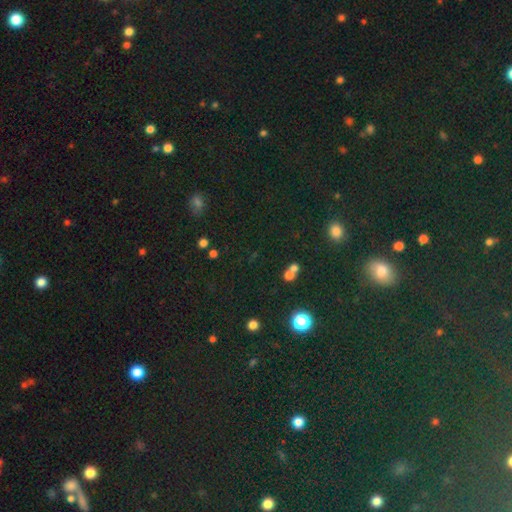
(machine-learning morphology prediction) smooth_or_featured: star or artifact (p=0.61) [alt: smooth p=0.30]